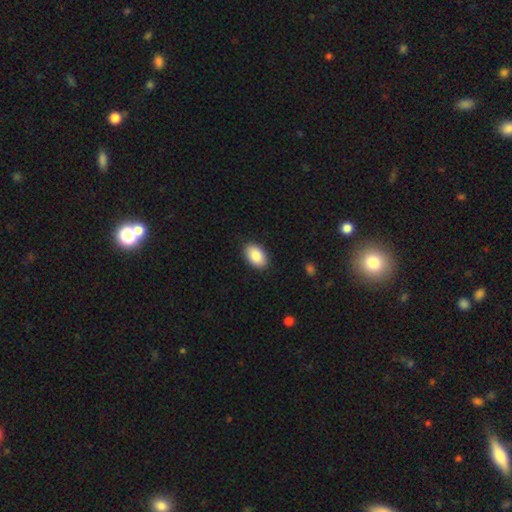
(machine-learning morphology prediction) This is clearly a smooth galaxy (87%). How rounded: clearly in between (92%). Merging: clearly none (89%).